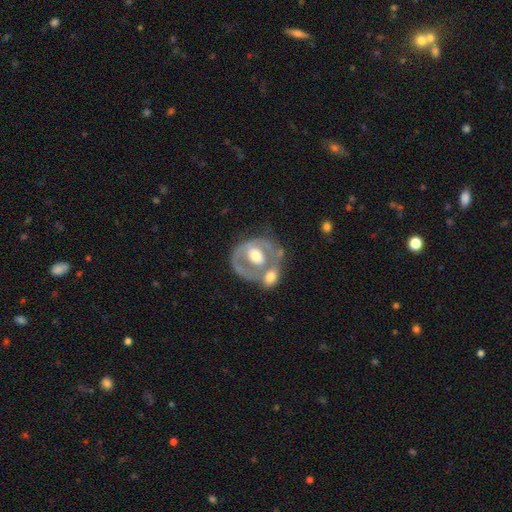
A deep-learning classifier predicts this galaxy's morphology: smooth-or-featured: featured or disk: 65% | smooth: 29% | star or artifact: 6%
  disk-edge-on: no: 96% | yes: 4%
    bar: no: 69% | weak: 22% | strong: 9%
    has-spiral-arms: no: 69% | yes: 31%
    bulge-size: moderate: 62% | large: 22% | small: 11% | none: 3% | dominant: 2%
  merging: merger: 40% | none: 30% | minor disturbance: 16% | major disturbance: 14%